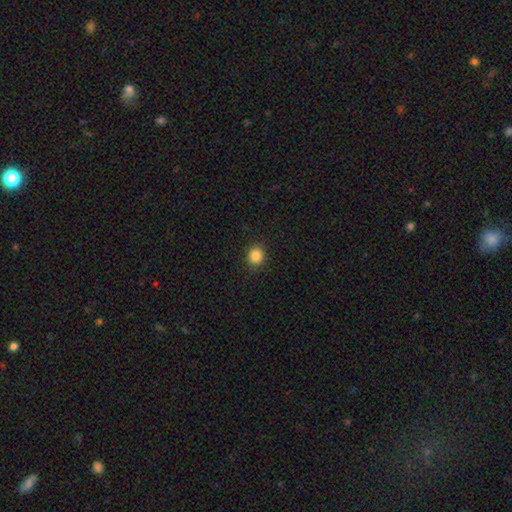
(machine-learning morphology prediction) A smooth galaxy with no disk features (86%) that is round (83%).

Vote fractions:
- Smooth or featured? smooth: 86% / star or artifact: 11% / featured or disk: 4%
- How rounded? round: 83% / in between: 16% / cigar-shaped: 1%
- Merging? none: 90% / minor disturbance: 7% / major disturbance: 2% / merger: 1%